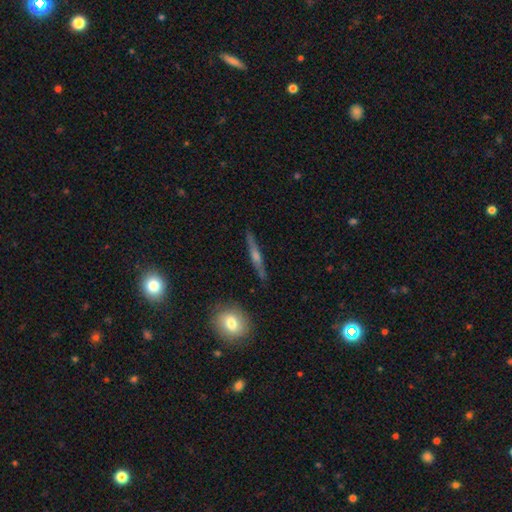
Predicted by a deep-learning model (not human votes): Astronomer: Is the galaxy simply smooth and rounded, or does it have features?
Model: featured or disk — 69%.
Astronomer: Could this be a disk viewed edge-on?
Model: yes — 96%.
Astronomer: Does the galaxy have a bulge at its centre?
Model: rounded — 80%.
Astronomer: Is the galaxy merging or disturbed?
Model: none — 89%.